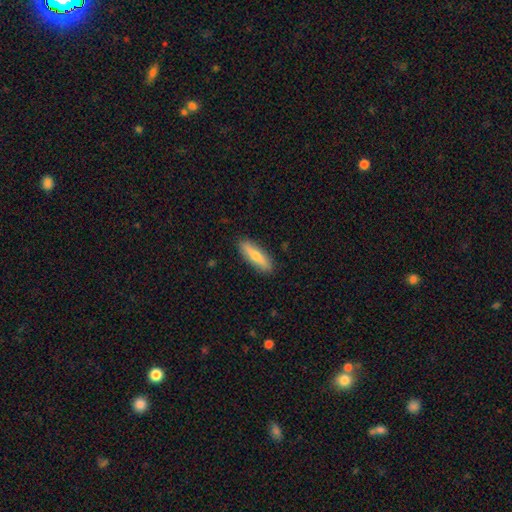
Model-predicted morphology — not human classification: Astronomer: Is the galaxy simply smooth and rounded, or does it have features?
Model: smooth — 70%.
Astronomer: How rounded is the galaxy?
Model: cigar-shaped — 63%.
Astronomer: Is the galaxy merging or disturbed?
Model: none — 87%.